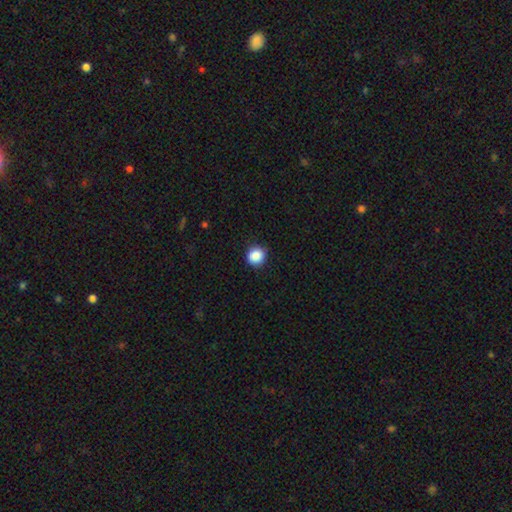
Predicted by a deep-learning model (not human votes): Morphology: type=smooth (87%); roundness=round (90%); merging=none (88%).